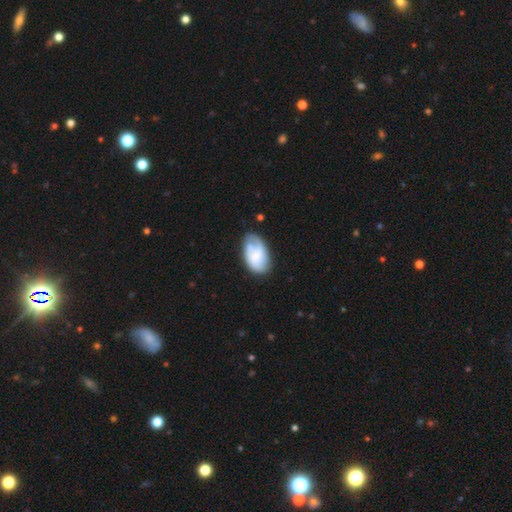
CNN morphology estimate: This appears to be a smooth galaxy with no disk features (58%) that is in between round and cigar-shaped (92%). Merging: none (55%).